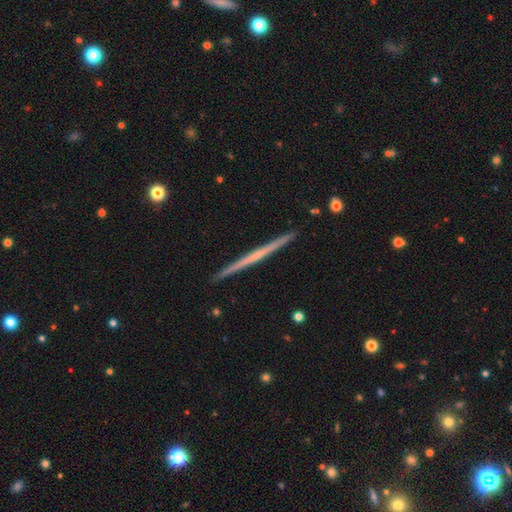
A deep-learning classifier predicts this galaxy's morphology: type=featured or disk (65%); edge-on=yes (98%); edge-on bulge=none (82%); merging=none (93%).